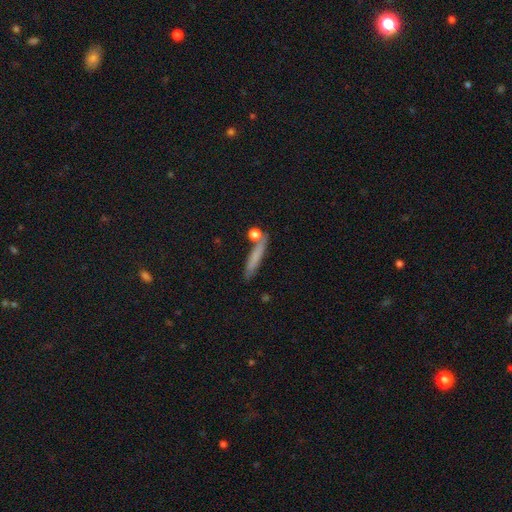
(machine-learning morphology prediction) This is likely a smooth galaxy (70%). How rounded: clearly cigar-shaped (89%). Merging: likely none (76%).